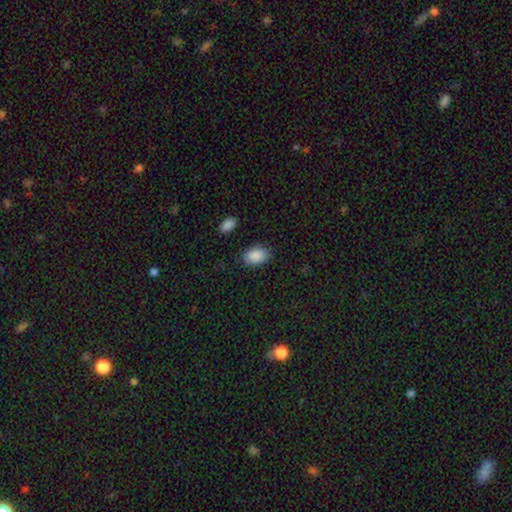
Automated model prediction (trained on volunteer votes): smooth_or_featured: smooth (p=0.89) [alt: star or artifact p=0.07]
how_rounded: in between (p=0.89) [alt: round p=0.10]
merging: none (p=0.84) [alt: minor disturbance p=0.11]